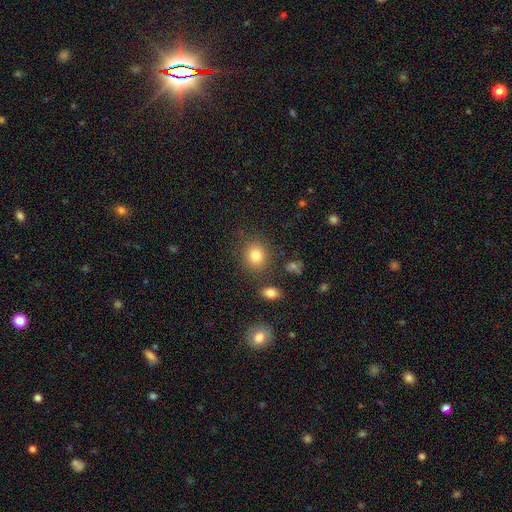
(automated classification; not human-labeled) Smooth or featured?
  - smooth: 81% *
  - star or artifact: 11%
  - featured or disk: 7%
How rounded?
  - round: 72% *
  - in between: 27%
  - cigar-shaped: 1%
Merging?
  - none: 82% *
  - minor disturbance: 10%
  - merger: 5%
  - major disturbance: 4%